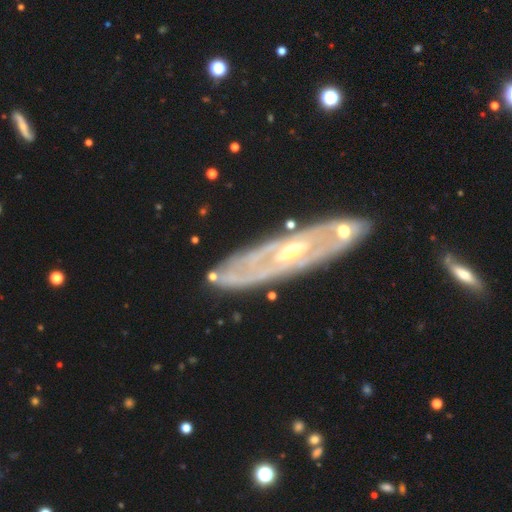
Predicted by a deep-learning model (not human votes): Morphology: type=featured or disk (83%); edge-on=no (75%); bar=no (55%); spiral arms=yes (70%); bulge=small (53%); merging=none (79%).